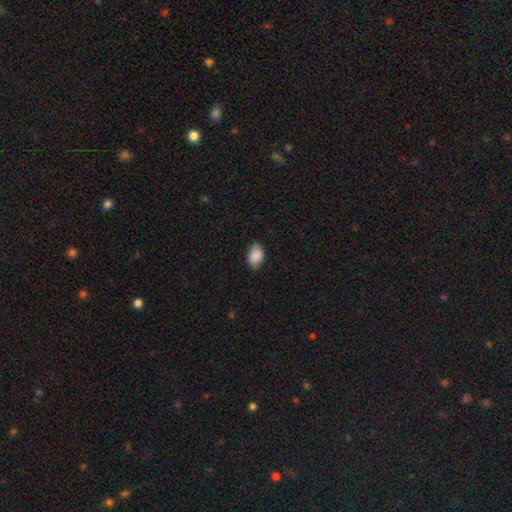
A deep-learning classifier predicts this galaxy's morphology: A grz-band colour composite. It shows a smooth galaxy with no disk features (88%) that is in between round and cigar-shaped (88%). Merging: none (80%).